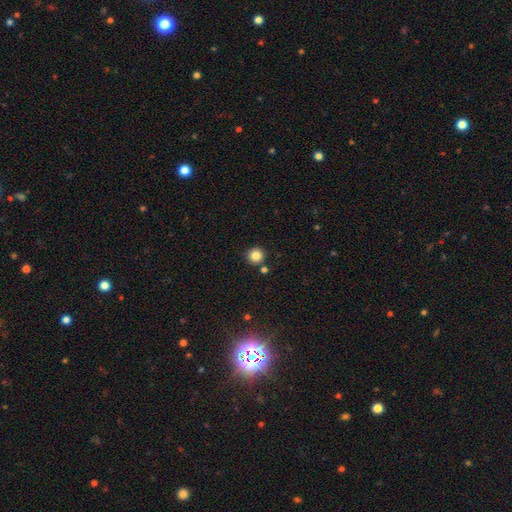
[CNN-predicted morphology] A smooth galaxy with no disk features (84%) that is round (95%).

Vote fractions:
- Smooth or featured? smooth: 84% / star or artifact: 11% / featured or disk: 5%
- How rounded? round: 95% / in between: 4% / cigar-shaped: 1%
- Merging? none: 86% / minor disturbance: 6% / merger: 6% / major disturbance: 2%